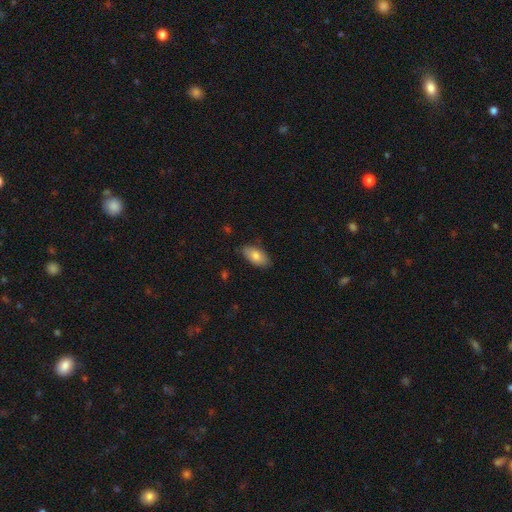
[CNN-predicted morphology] smooth-or-featured: smooth: 80% | featured or disk: 14% | star or artifact: 7%
  how-rounded: in between: 92% | cigar-shaped: 5% | round: 3%
  merging: none: 81% | minor disturbance: 15% | major disturbance: 2% | merger: 1%